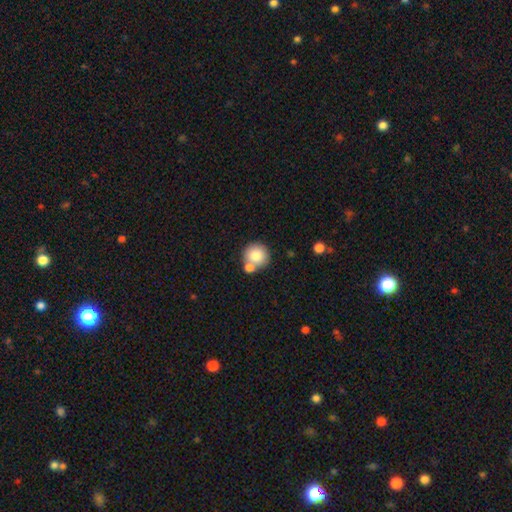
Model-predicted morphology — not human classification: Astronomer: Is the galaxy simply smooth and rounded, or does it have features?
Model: smooth — 80%.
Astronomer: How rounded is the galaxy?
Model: round — 91%.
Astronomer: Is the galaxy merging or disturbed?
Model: none — 60%.